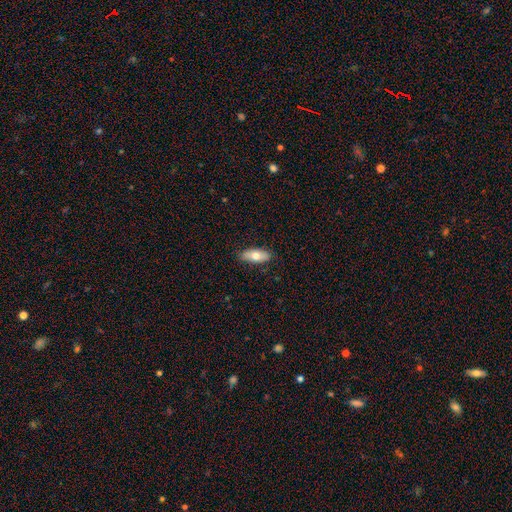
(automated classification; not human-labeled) Overall: smooth (69%). How rounded: in between (77%). Merging: none (87%).